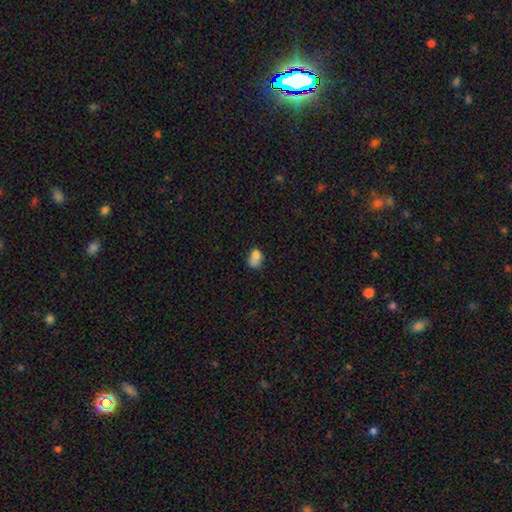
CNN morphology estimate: smooth-or-featured: smooth: 77% | star or artifact: 12% | featured or disk: 11%
  how-rounded: in between: 73% | round: 26% | cigar-shaped: 1%
  merging: none: 37% | minor disturbance: 34% | major disturbance: 17% | merger: 12%